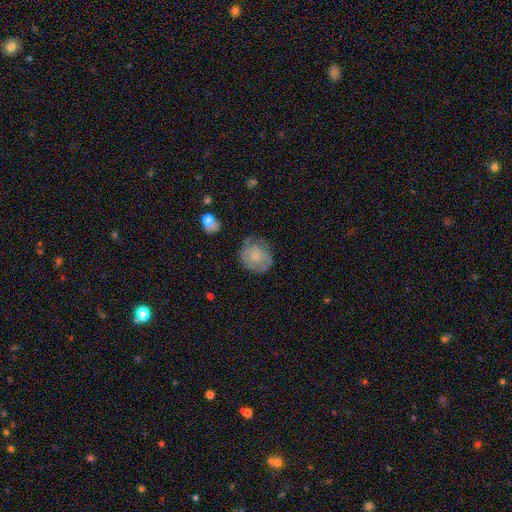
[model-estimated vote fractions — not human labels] Smooth or featured?
  - smooth: 58% *
  - featured or disk: 34%
  - star or artifact: 8%
How rounded?
  - round: 80% *
  - in between: 19%
  - cigar-shaped: 1%
Merging?
  - none: 65% *
  - minor disturbance: 24%
  - major disturbance: 9%
  - merger: 2%